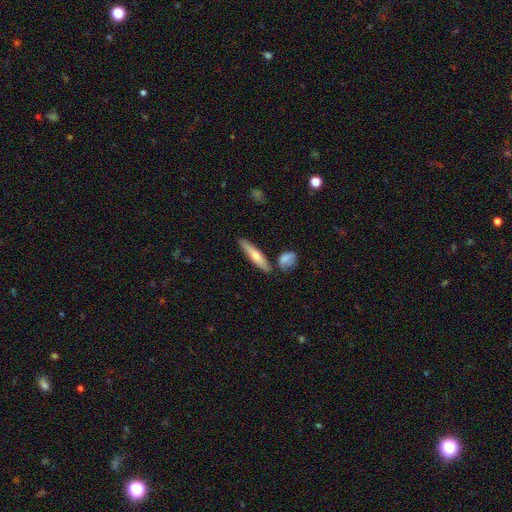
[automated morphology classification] Overall: smooth (50%; featured or disk 43%). How rounded: cigar-shaped (81%). Merging: none (81%).